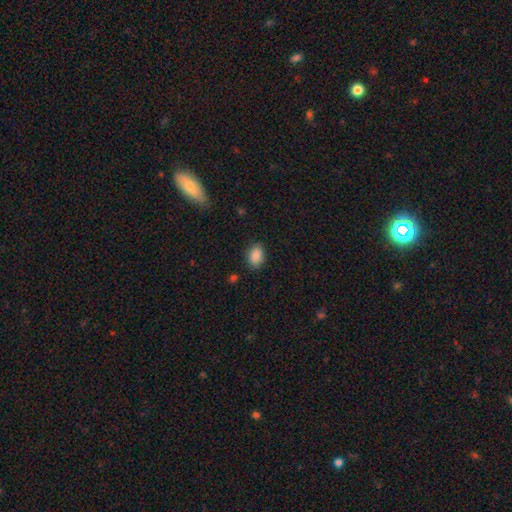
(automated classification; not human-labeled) This appears to be a smooth galaxy with no disk features (88%) that is in between round and cigar-shaped (78%). Merging: none (85%).